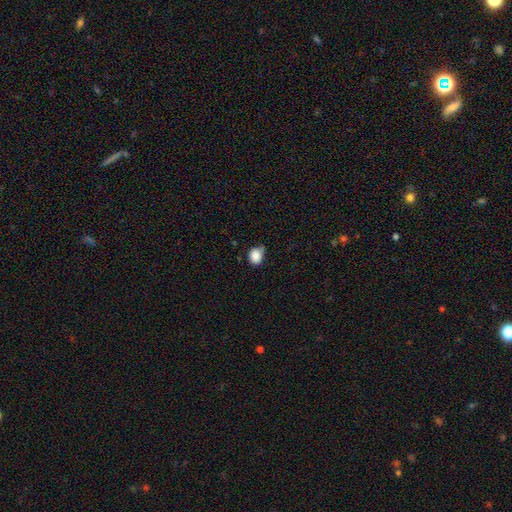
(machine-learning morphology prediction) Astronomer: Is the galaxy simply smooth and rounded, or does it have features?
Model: smooth — 87%.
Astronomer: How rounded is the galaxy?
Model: round — 59% (runner-up: in between, 40%).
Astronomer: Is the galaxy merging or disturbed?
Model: none — 56% (runner-up: minor disturbance, 31%).